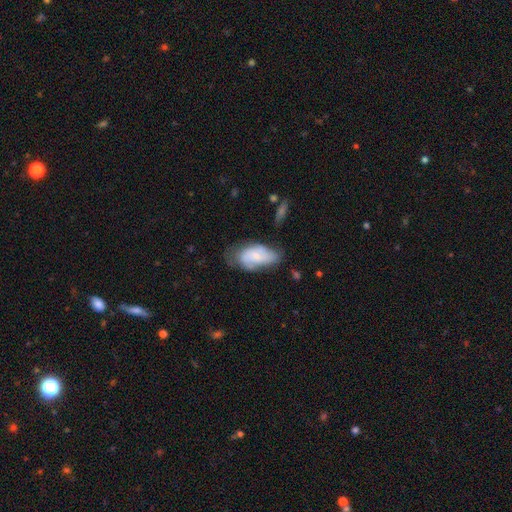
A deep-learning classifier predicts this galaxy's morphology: This appears to be a smooth galaxy with no disk features (56%) that is in between round and cigar-shaped (92%). Merging: none (40%).